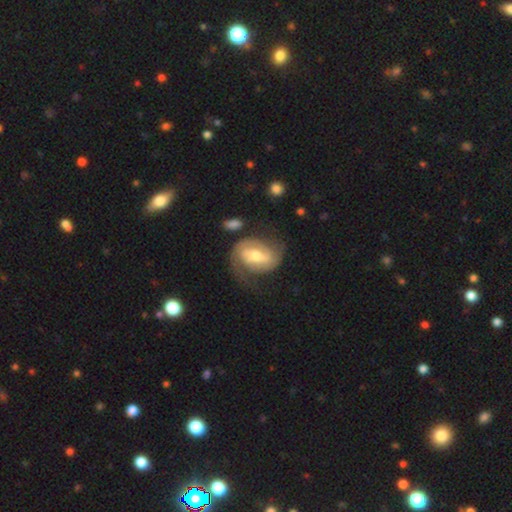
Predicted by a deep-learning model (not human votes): Overall: featured or disk (80%). Edge-on disk: no (97%). Bar: weak (45%; strong 35%). Spiral arms: yes (92%). Spiral arm count: 2 (78%). Spiral winding: medium (43%; tight 37%). Bulge size: moderate (63%; small 27%). Merging: none (57%; minor disturbance 20%).